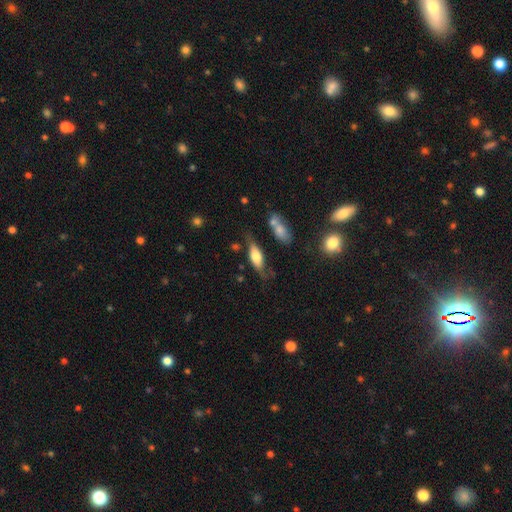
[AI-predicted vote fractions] Smooth or featured? smooth (53%)
How rounded? in between (67%)
Merging? none (58%)